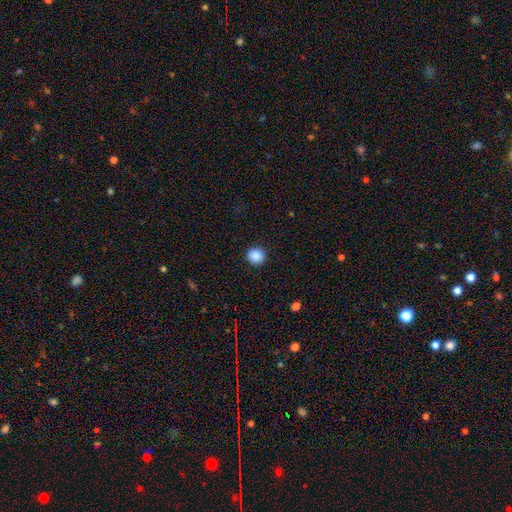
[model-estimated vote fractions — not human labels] This is clearly a smooth galaxy (88%). How rounded: clearly round (93%). Merging: clearly none (92%).